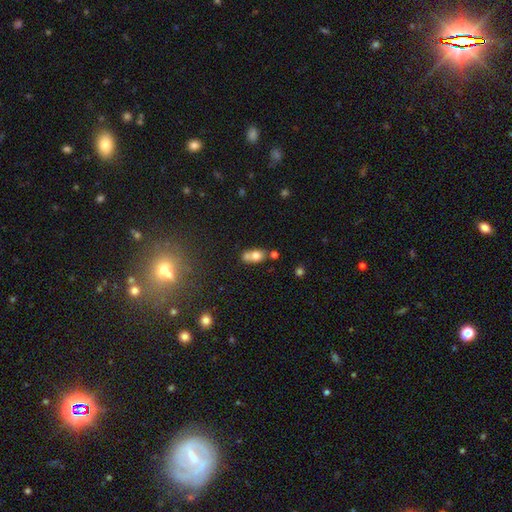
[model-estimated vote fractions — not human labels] This is likely a smooth galaxy (71%). How rounded: likely in between (62%). Merging: possibly merger (53%).